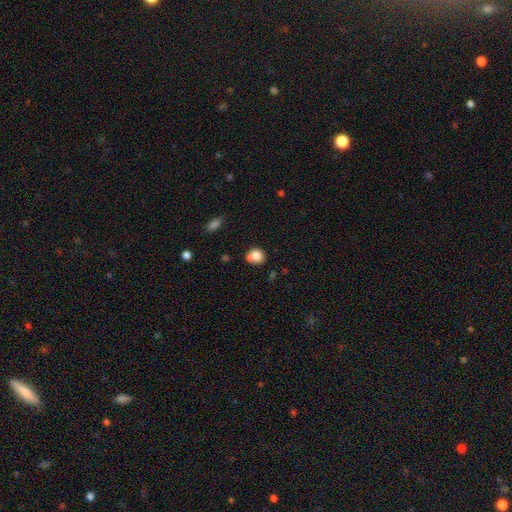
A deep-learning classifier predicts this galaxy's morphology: Q: Smooth or featured?
A: smooth (83%); runner-up: star or artifact (10%)
Q: How rounded?
A: round (72%); runner-up: in between (27%)
Q: Merging?
A: none (60%); runner-up: minor disturbance (21%)